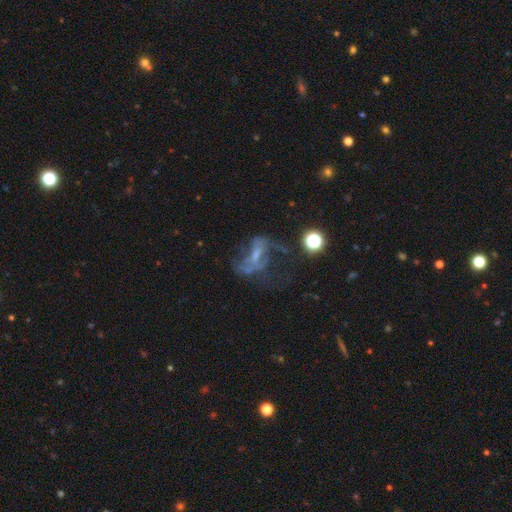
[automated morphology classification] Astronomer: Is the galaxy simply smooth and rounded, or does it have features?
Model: featured or disk — 59%.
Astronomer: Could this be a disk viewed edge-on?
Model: no — 95%.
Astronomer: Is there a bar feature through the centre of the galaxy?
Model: no — 58%.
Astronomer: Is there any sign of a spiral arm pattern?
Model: no — 59% (runner-up: yes, 41%).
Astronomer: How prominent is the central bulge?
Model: small — 36% (runner-up: none, 35%).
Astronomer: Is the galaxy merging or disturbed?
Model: major disturbance — 43% (runner-up: none, 32%).